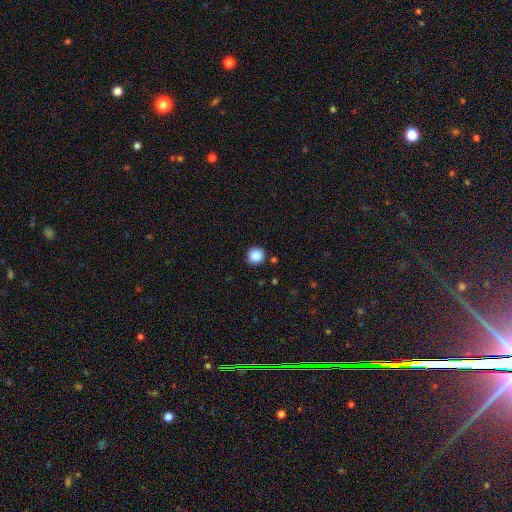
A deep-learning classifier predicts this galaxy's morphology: Smooth or featured? Predicted: smooth (p=0.87). How rounded? Predicted: round (p=0.95). Merging? Predicted: none (p=0.87).